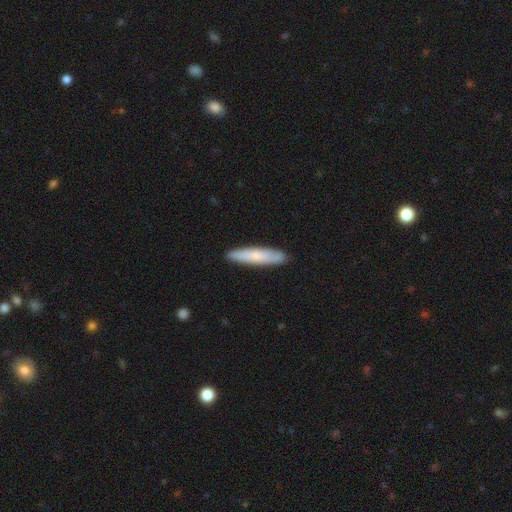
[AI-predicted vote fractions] Smooth or featured: smooth — 69% (featured or disk — 26%)
How rounded: cigar-shaped — 86% (in between — 13%)
Merging: none — 88% (minor disturbance — 9%)